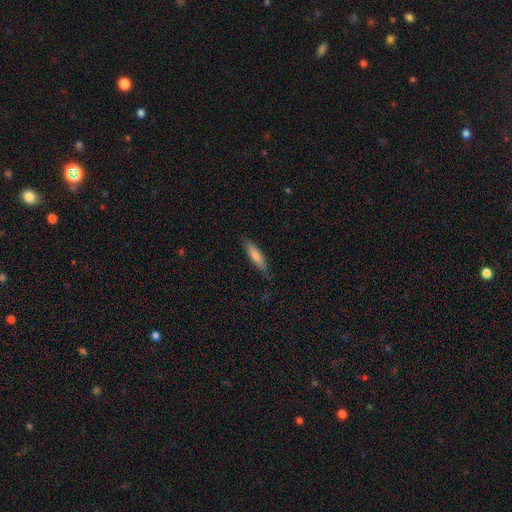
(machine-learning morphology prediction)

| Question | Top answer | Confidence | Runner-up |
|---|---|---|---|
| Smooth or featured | smooth | 79% | featured or disk (15%) |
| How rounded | cigar-shaped | 68% | in between (30%) |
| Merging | none | 79% | minor disturbance (17%) |